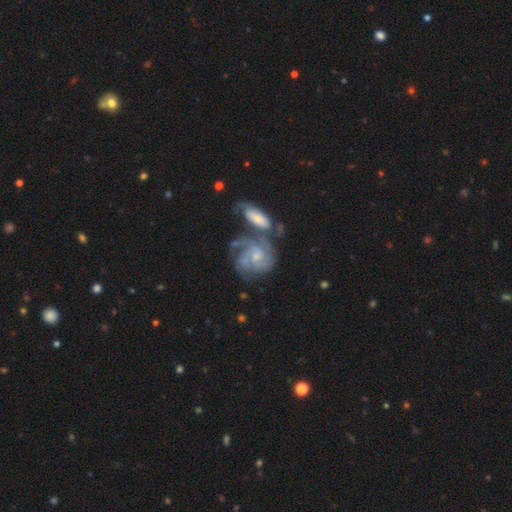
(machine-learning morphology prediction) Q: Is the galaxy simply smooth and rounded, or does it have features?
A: featured or disk — 82%.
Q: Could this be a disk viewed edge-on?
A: no — 97%.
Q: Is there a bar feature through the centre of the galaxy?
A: no — 69%.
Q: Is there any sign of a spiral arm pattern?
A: yes — 93%.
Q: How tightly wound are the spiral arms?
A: tight — 59%.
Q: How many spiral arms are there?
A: can't tell — 31%.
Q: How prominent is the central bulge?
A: small — 60%.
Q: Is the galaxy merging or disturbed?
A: merger — 36%.